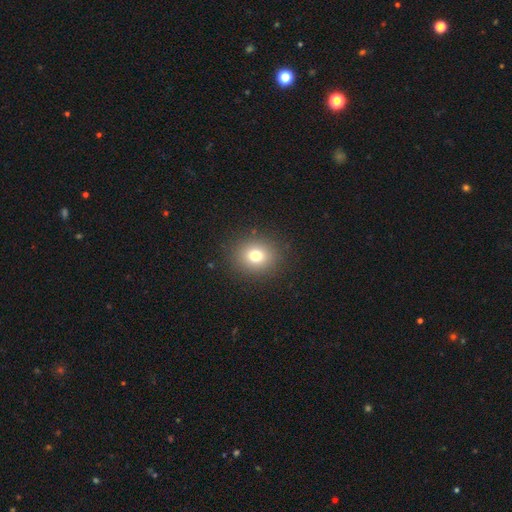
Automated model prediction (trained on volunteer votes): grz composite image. It shows a smooth galaxy with no disk features (75%) that is round (75%). Merging: none (89%).